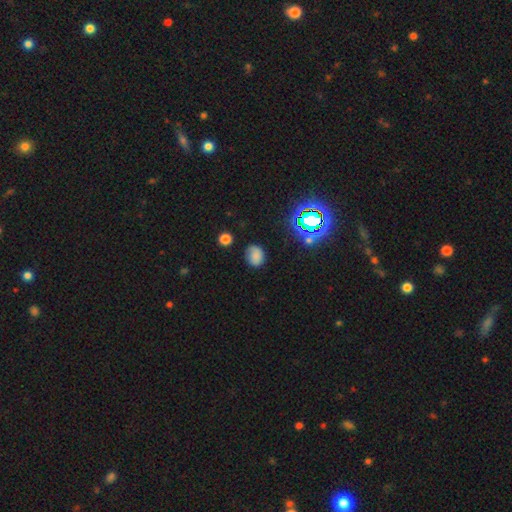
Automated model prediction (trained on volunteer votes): Smooth or featured? smooth (73%)
How rounded? round (51%)
Merging? none (69%)